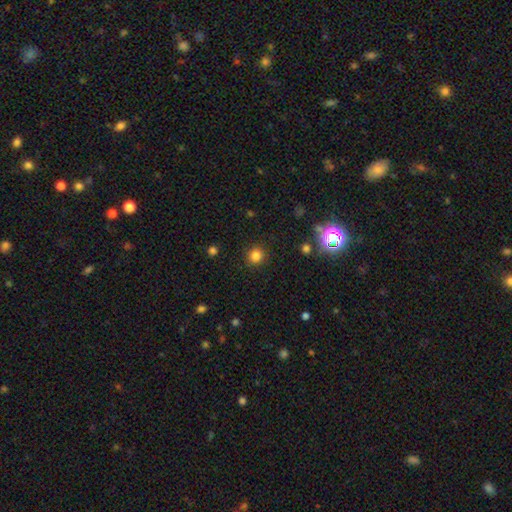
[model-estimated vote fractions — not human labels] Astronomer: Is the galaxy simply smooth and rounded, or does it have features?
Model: smooth — 81%.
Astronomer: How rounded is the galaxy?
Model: round — 90%.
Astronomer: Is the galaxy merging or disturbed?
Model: none — 90%.